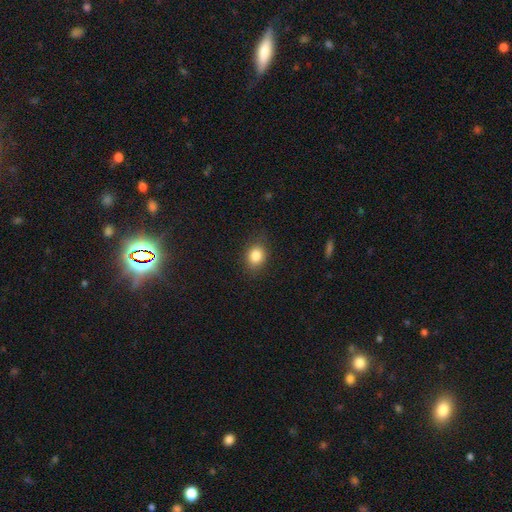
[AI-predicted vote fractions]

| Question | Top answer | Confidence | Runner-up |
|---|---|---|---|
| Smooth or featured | smooth | 84% | star or artifact (10%) |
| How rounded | in between | 55% | round (44%) |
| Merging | none | 83% | minor disturbance (13%) |